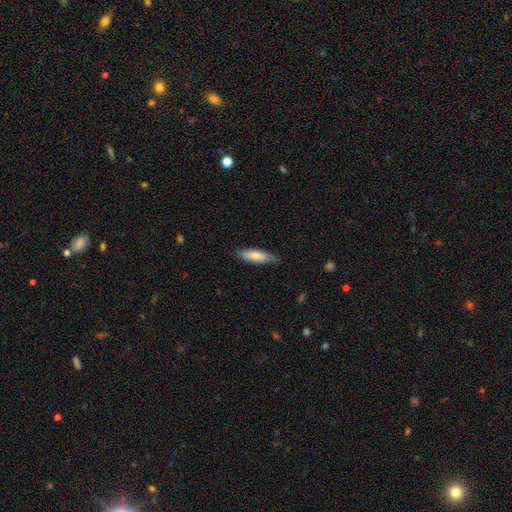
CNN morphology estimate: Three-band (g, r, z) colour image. It shows a smooth galaxy with no disk features (79%) that is cigar-shaped (60%). Merging: none (77%).